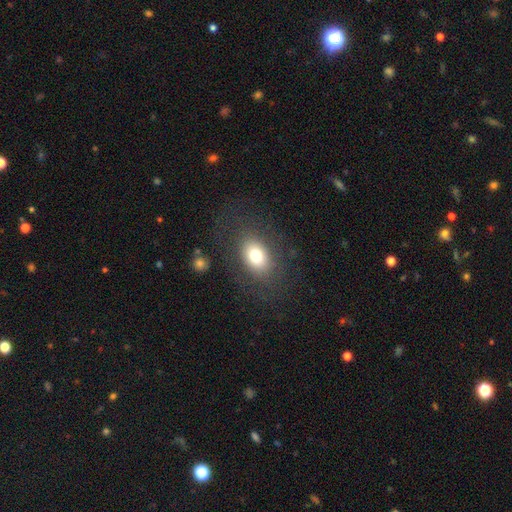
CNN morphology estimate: A smooth galaxy with no disk features (74%) that is in between round and cigar-shaped (79%).

Vote fractions:
- Smooth or featured? smooth: 74% / featured or disk: 16% / star or artifact: 10%
- How rounded? in between: 79% / round: 20% / cigar-shaped: 1%
- Merging? none: 79% / minor disturbance: 11% / major disturbance: 8% / merger: 2%